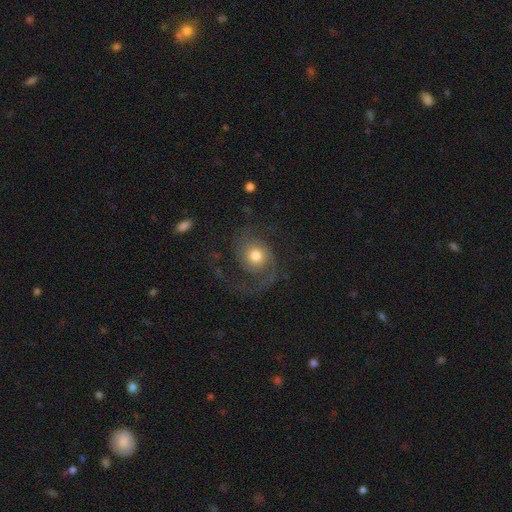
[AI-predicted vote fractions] Smooth or featured: featured or disk — 77% (smooth — 16%)
Edge-on disk: no — 98% (yes — 2%)
Bar: no — 76% (weak — 20%)
Spiral arms: yes — 94% (no — 6%)
Spiral winding: medium — 44% (loose — 40%)
Spiral arm count: 2 — 74% (1 — 13%)
Bulge size: moderate — 67% (small — 16%)
Merging: none — 59% (major disturbance — 24%)